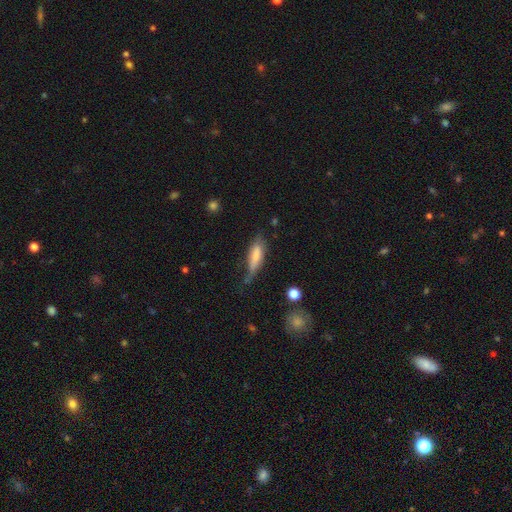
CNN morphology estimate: Overall: smooth (67%). How rounded: cigar-shaped (52%; in between 46%). Merging: none (42%; minor disturbance 36%).